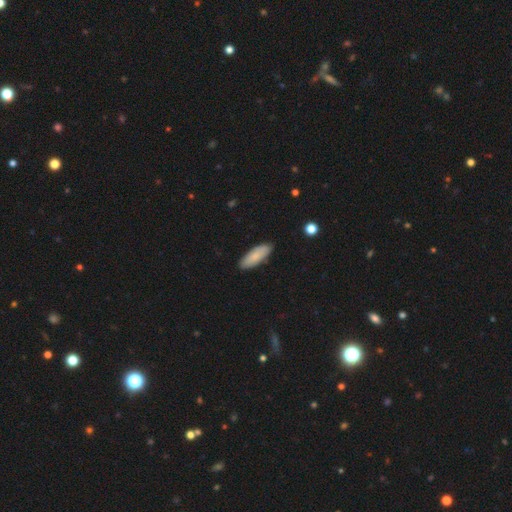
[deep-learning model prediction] Smooth or featured? Predicted: smooth (p=0.84). How rounded? Predicted: in between (p=0.69). Merging? Predicted: none (p=0.86).